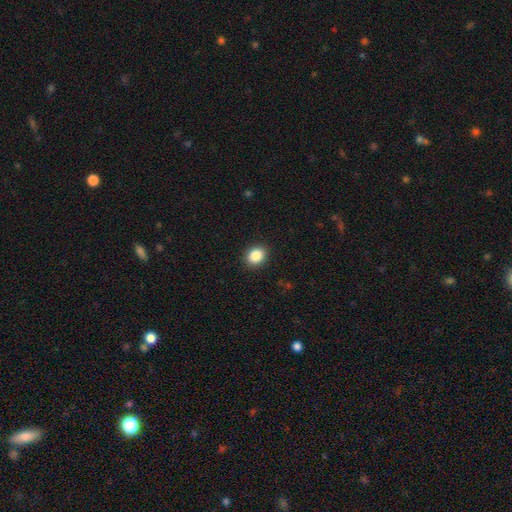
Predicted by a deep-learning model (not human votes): Overall: smooth (87%). How rounded: round (55%; in between 45%). Merging: none (91%).